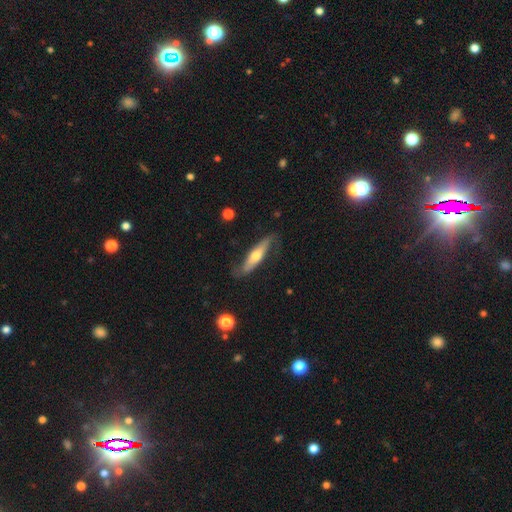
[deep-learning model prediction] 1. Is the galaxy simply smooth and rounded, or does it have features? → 54% featured or disk, 41% smooth, 5% star or artifact.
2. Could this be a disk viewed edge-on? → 69% yes, 31% no.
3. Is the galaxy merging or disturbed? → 69% none, 22% minor disturbance, 7% major disturbance, 2% merger.